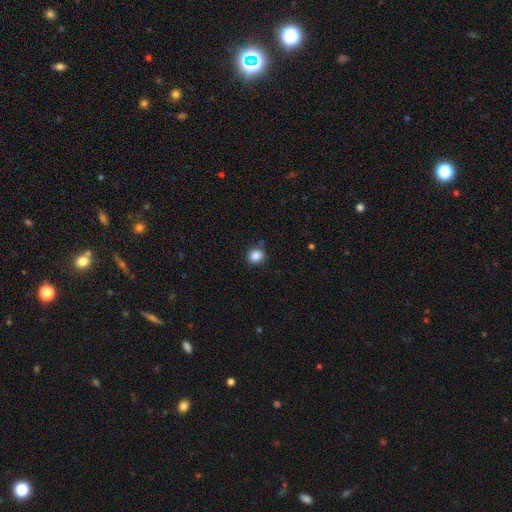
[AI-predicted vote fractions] Morphology: type=smooth (86%); roundness=round (80%); merging=none (83%).